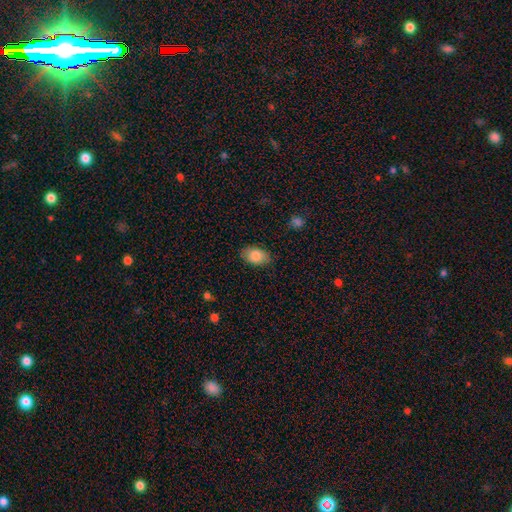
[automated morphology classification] This is clearly a smooth galaxy (85%). How rounded: clearly in between (90%). Merging: clearly none (84%).